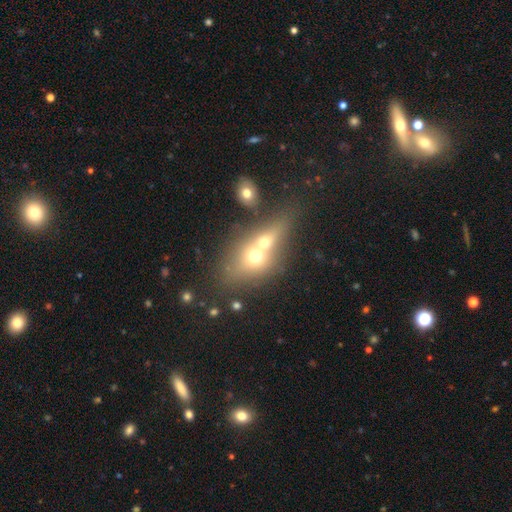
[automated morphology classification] This appears to be a smooth galaxy with no disk features (56%) that is in between round and cigar-shaped (53%). Merging: merger (67%).